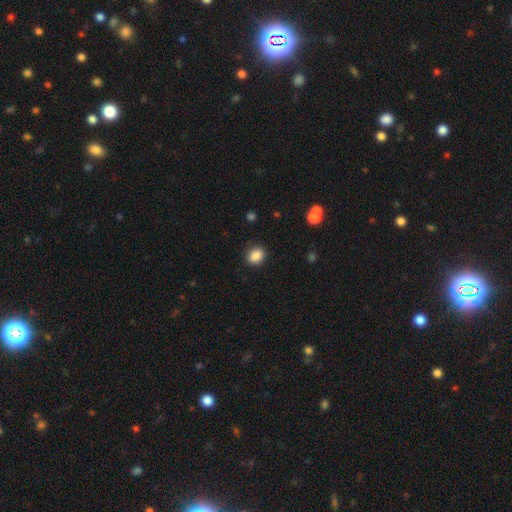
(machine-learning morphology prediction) Smooth or featured: smooth — 87% (star or artifact — 9%)
How rounded: in between — 52% (round — 47%)
Merging: none — 87% (minor disturbance — 9%)